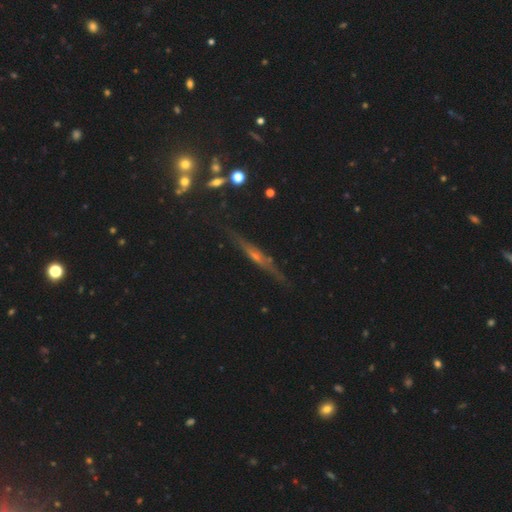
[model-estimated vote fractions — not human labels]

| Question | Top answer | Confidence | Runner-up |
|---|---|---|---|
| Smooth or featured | featured or disk | 64% | smooth (21%) |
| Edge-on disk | yes | 91% | no (9%) |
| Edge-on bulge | rounded | 56% | none (33%) |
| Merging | none | 80% | minor disturbance (13%) |